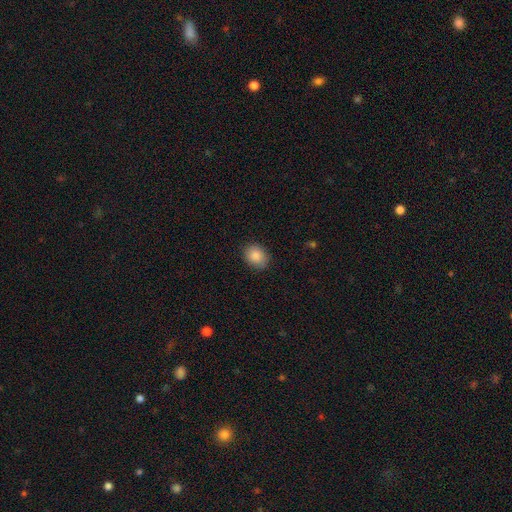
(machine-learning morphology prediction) Q: Smooth or featured?
A: smooth (88%); runner-up: star or artifact (8%)
Q: How rounded?
A: round (52%); runner-up: in between (47%)
Q: Merging?
A: none (86%); runner-up: minor disturbance (11%)